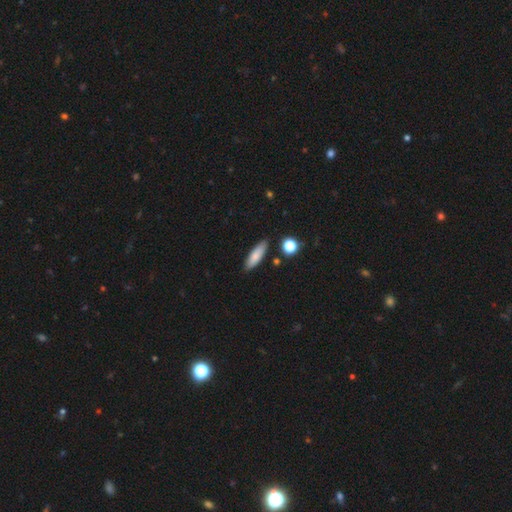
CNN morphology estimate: This is clearly a smooth galaxy (82%). How rounded: possibly in between (51%). Merging: clearly none (85%).